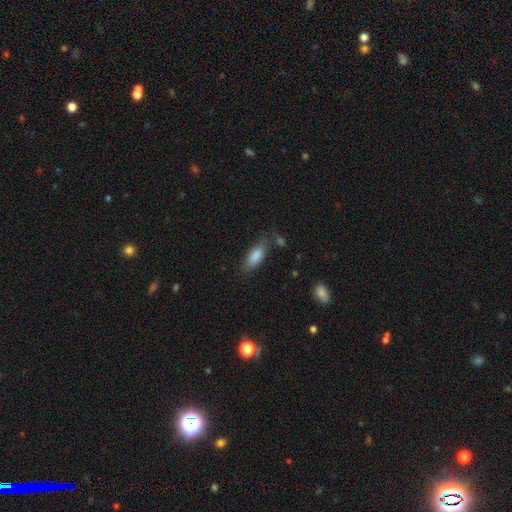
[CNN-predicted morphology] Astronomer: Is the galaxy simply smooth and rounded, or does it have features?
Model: smooth — 83%.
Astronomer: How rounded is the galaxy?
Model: in between — 74%.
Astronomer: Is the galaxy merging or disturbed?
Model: none — 72%.